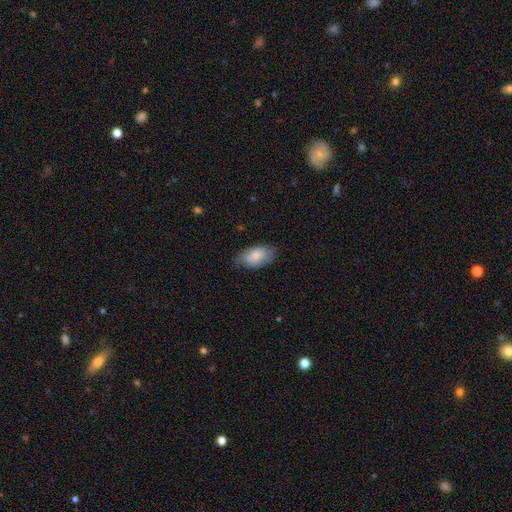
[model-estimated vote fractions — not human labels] A smooth galaxy with no disk features (79%) that is in between round and cigar-shaped (94%). Merging: none (65%).